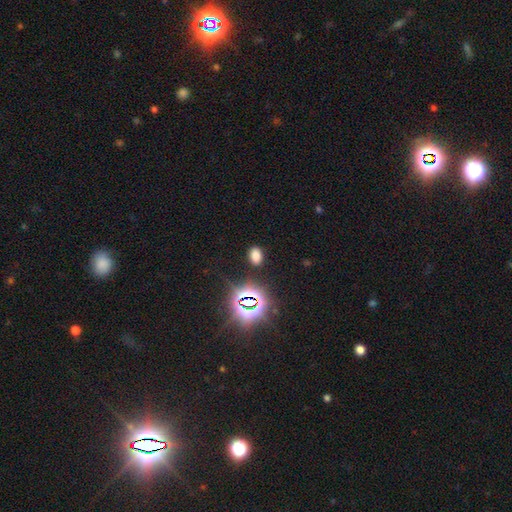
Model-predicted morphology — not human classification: This appears to be a smooth galaxy with no disk features (68%) that is in between round and cigar-shaped (86%). Merging: none (85%).